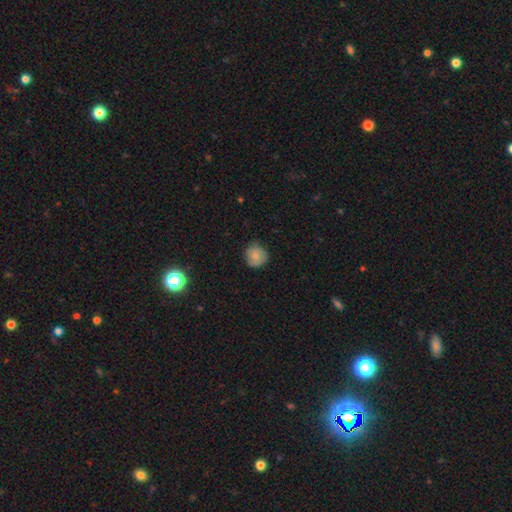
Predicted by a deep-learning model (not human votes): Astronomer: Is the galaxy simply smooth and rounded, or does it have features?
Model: smooth — 78%.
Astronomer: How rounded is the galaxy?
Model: round — 88%.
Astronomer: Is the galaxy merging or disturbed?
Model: none — 74%.